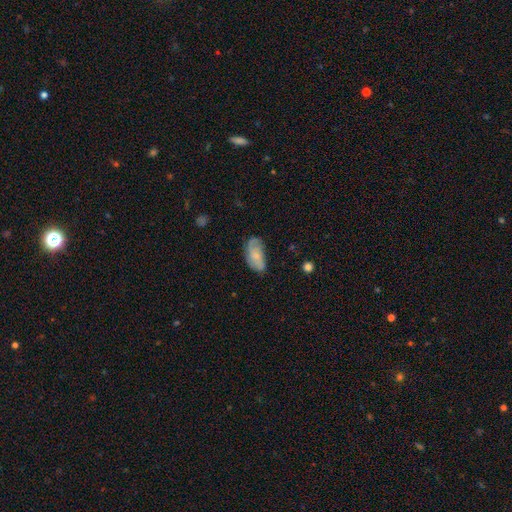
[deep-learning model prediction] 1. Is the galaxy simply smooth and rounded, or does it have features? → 60% smooth, 33% featured or disk, 7% star or artifact.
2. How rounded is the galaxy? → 91% in between, 5% cigar-shaped, 3% round.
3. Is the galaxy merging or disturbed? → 57% none, 30% minor disturbance, 10% major disturbance, 2% merger.